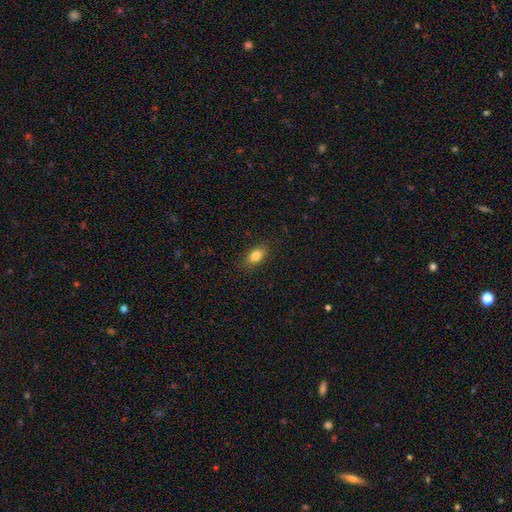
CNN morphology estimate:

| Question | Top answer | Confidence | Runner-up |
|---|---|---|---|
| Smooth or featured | smooth | 85% | star or artifact (9%) |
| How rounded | in between | 86% | round (9%) |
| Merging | none | 86% | minor disturbance (10%) |